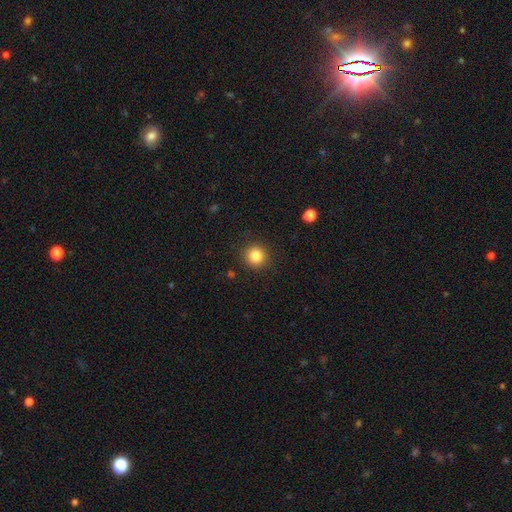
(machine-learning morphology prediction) This appears to be a smooth galaxy with no disk features (84%) that is round (94%). Merging: none (90%).